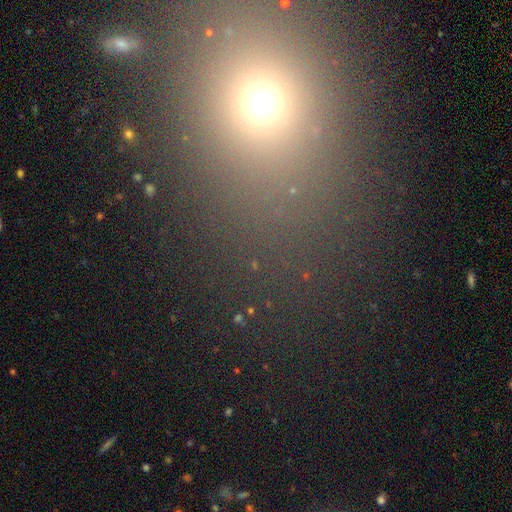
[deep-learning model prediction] smooth 54%, star or artifact 37%, featured or disk 10%. Down the decision tree: how rounded — round (60%); merging — none (81%).